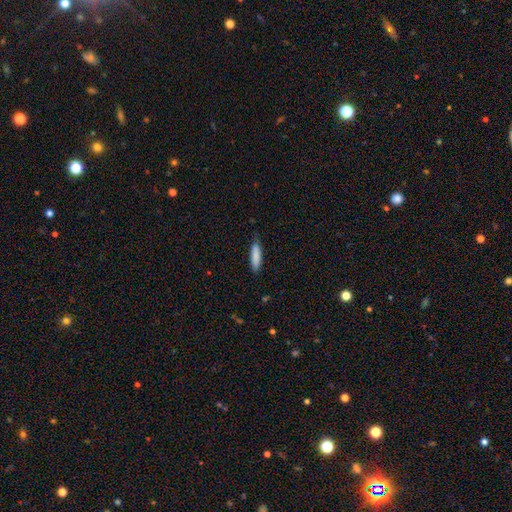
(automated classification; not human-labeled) A smooth galaxy with no disk features (87%) that is cigar-shaped (68%).

Vote fractions:
- Smooth or featured? smooth: 87% / featured or disk: 7% / star or artifact: 6%
- How rounded? cigar-shaped: 68% / in between: 31% / round: 1%
- Merging? none: 82% / minor disturbance: 15% / major disturbance: 2% / merger: 1%